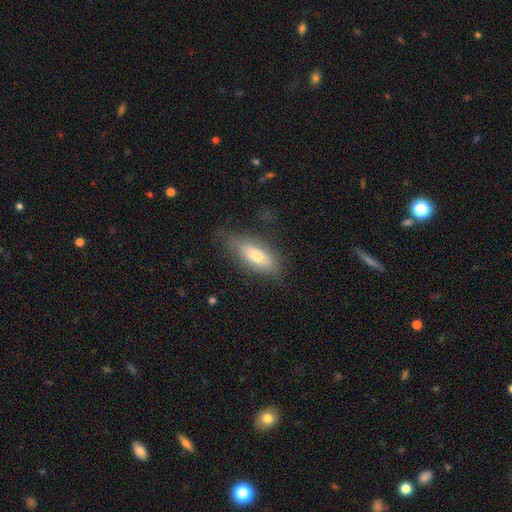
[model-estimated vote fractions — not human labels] The model was most divided on "how rounded": in between: 63%, cigar-shaped: 35%, round: 2%. More confident: merging — none (72%); smooth or featured — smooth (72%).